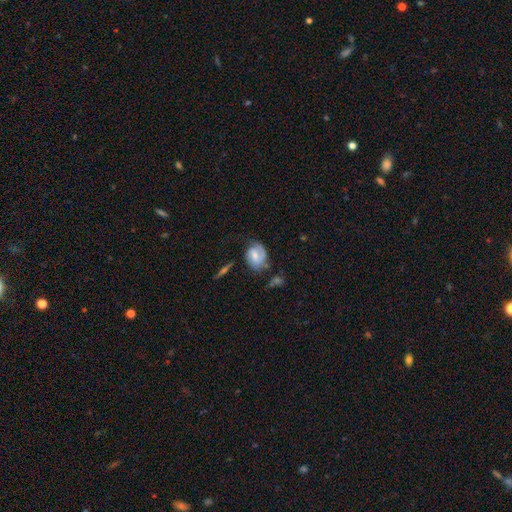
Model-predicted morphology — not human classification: The model was most divided on "spiral winding": tight: 44%, medium: 39%, loose: 17%. Remaining: edge-on disk — no (97%); spiral arms — yes (87%); smooth or featured — featured or disk (61%); spiral arm count — 2 (59%); merging — none (58%); bar — weak (47%); bulge size — moderate (46%).